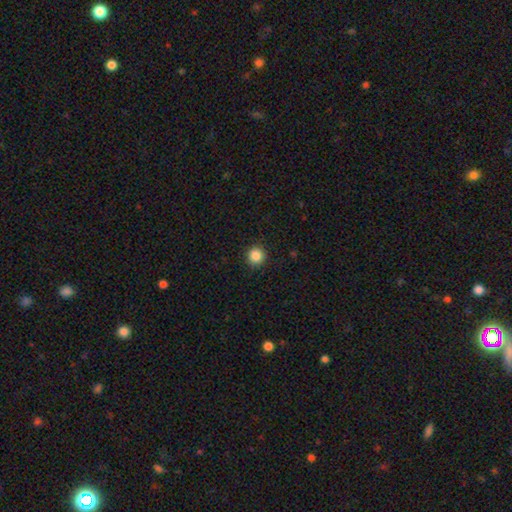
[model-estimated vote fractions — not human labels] Morphology: type=smooth (86%); roundness=round (94%); merging=none (91%).